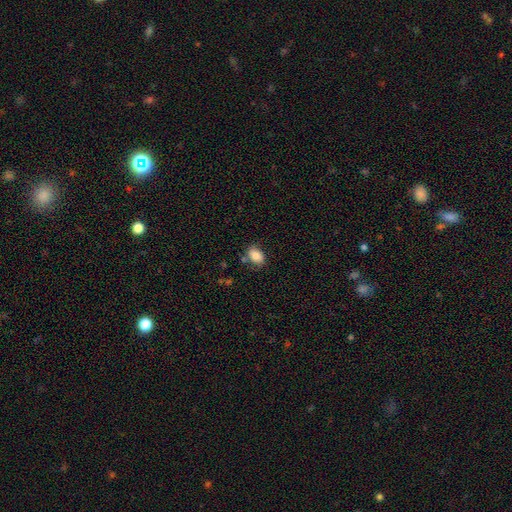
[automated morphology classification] Smooth or featured? Predicted: smooth (p=0.83). How rounded? Predicted: in between (p=0.77). Merging? Predicted: none (p=0.74).